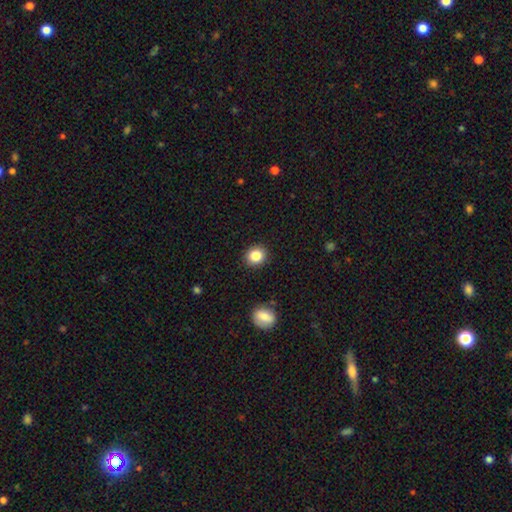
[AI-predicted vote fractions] Morphology: type=smooth (85%); roundness=round (77%); merging=none (90%).